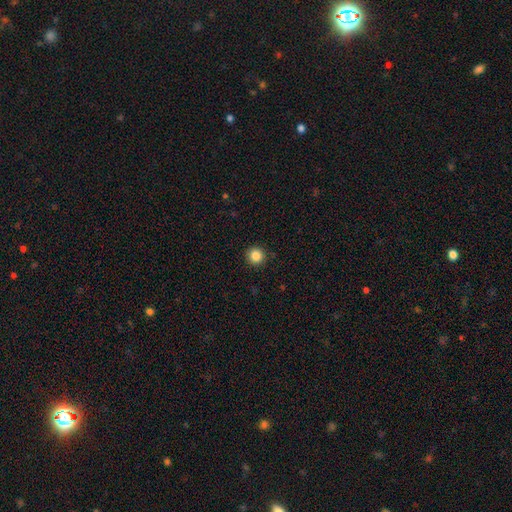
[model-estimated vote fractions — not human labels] smooth_or_featured: smooth (p=0.85) [alt: star or artifact p=0.11]
how_rounded: round (p=0.95) [alt: in between p=0.04]
merging: none (p=0.92) [alt: minor disturbance p=0.05]